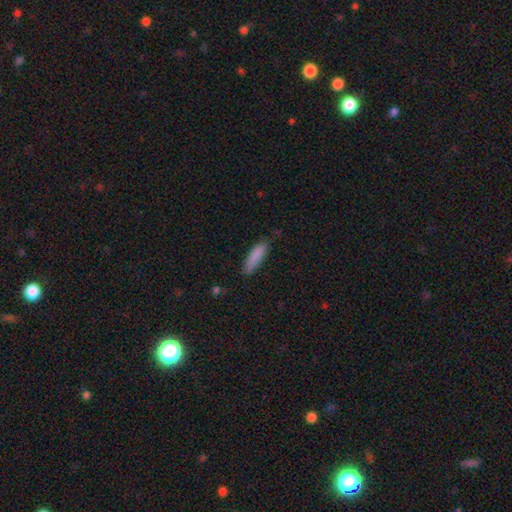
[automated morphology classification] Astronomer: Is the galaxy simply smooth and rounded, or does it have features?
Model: smooth — 86%.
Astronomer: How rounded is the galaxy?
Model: cigar-shaped — 61% (runner-up: in between, 38%).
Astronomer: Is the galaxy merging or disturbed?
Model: none — 76%.